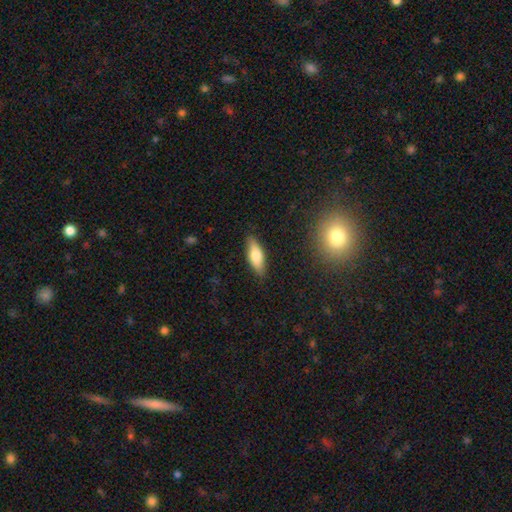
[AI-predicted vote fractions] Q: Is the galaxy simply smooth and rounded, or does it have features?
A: smooth — 73%.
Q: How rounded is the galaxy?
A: in between — 61%.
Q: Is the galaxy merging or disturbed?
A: none — 85%.